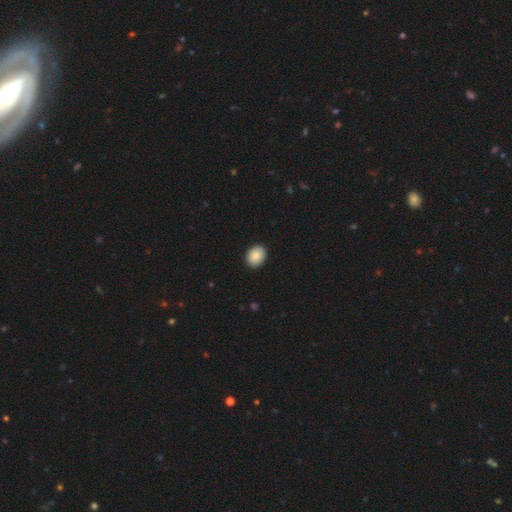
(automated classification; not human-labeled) This appears to be a smooth galaxy with no disk features (89%) that is in between round and cigar-shaped (56%). Merging: none (90%).